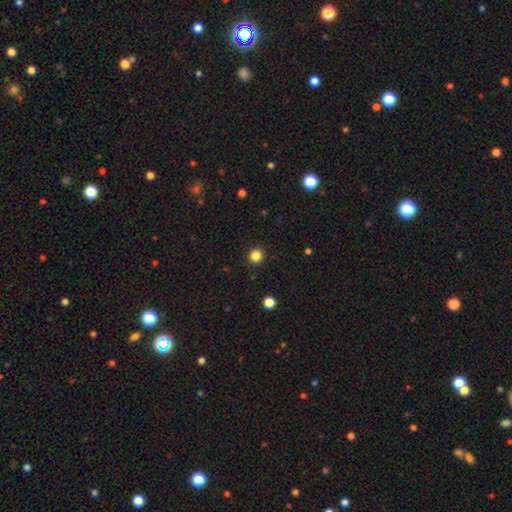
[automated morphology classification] Smooth or featured?
  - smooth: 85% *
  - star or artifact: 12%
  - featured or disk: 3%
How rounded?
  - round: 92% *
  - in between: 7%
  - cigar-shaped: 1%
Merging?
  - none: 92% *
  - minor disturbance: 5%
  - major disturbance: 2%
  - merger: 1%